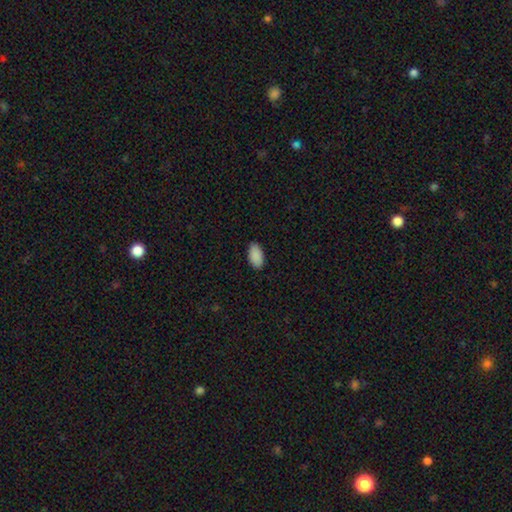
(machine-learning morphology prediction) Q: Smooth or featured?
A: smooth (90%); runner-up: star or artifact (7%)
Q: How rounded?
A: in between (95%); runner-up: round (3%)
Q: Merging?
A: none (87%); runner-up: minor disturbance (10%)